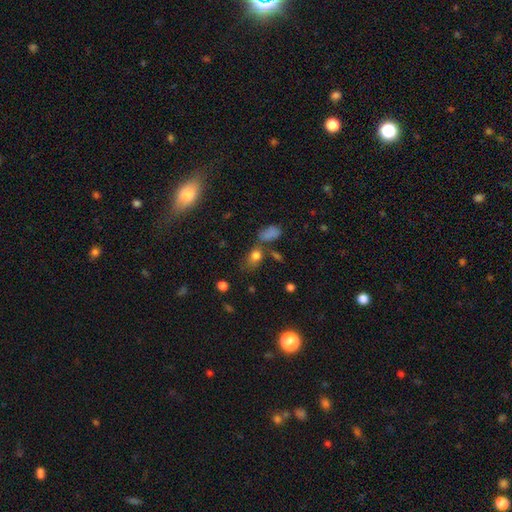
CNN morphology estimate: Smooth or featured?
  - smooth: 77% *
  - star or artifact: 13%
  - featured or disk: 10%
How rounded?
  - in between: 75% *
  - round: 22%
  - cigar-shaped: 3%
Merging?
  - none: 58% *
  - minor disturbance: 19%
  - merger: 15%
  - major disturbance: 8%